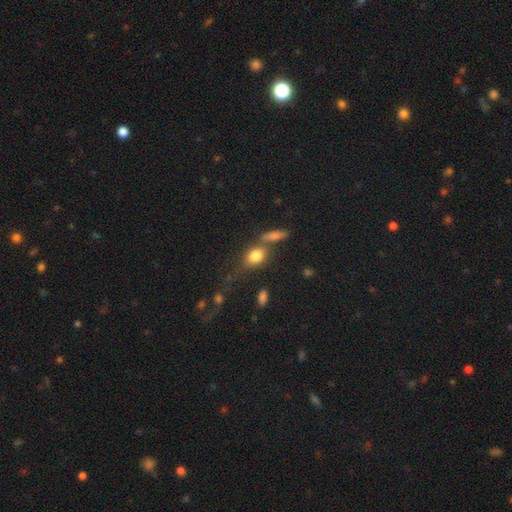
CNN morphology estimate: Smooth or featured: smooth — 79% (featured or disk — 11%)
How rounded: in between — 65% (round — 30%)
Merging: none — 50% (merger — 27%)